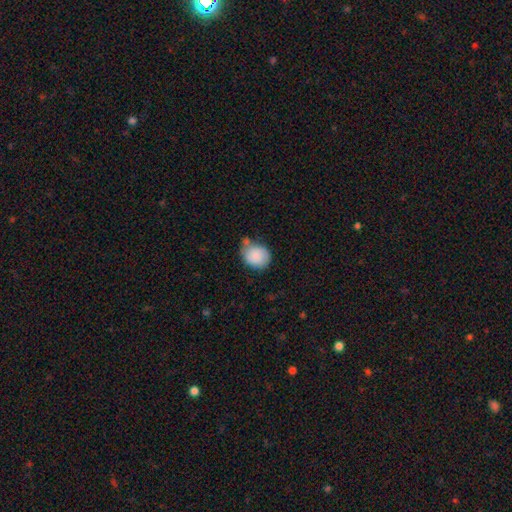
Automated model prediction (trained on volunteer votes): This appears to be a smooth galaxy with no disk features (84%) that is round (58%). Merging: none (52%).